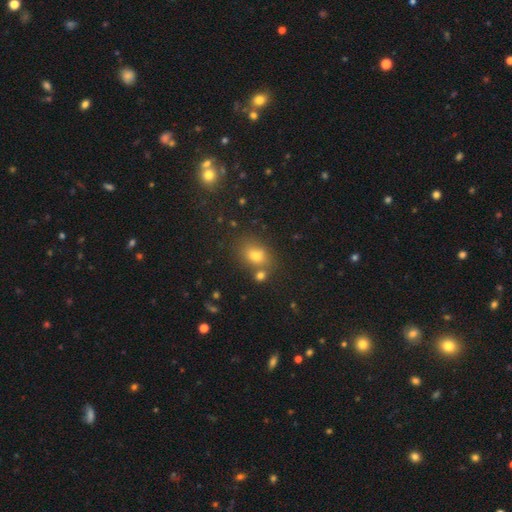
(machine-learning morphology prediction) smooth-or-featured: smooth: 73% | star or artifact: 17% | featured or disk: 10%
  how-rounded: in between: 57% | round: 41% | cigar-shaped: 1%
  merging: none: 67% | merger: 16% | minor disturbance: 13% | major disturbance: 4%